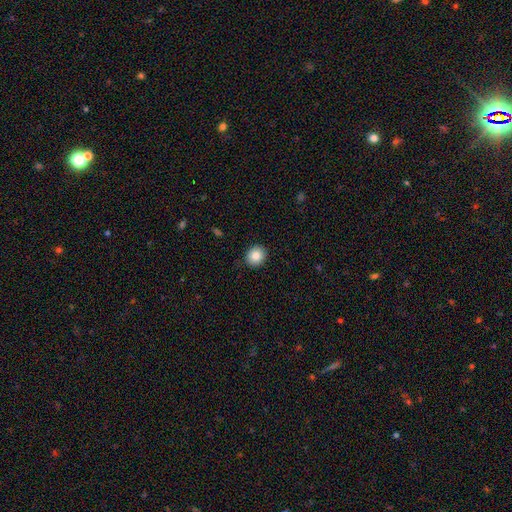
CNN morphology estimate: This appears to be a smooth galaxy with no disk features (84%) that is round (80%). Merging: none (91%).